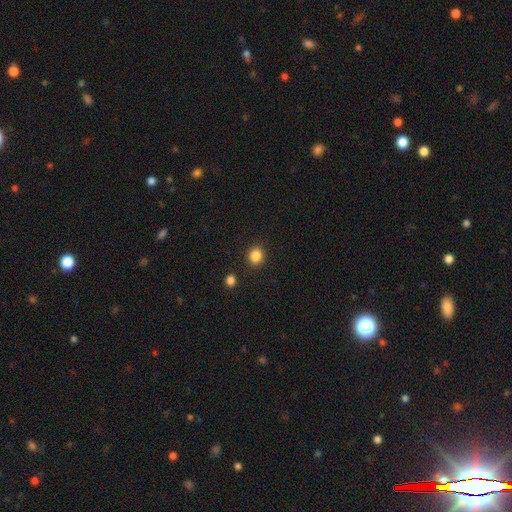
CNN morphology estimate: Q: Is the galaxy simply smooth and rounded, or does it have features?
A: smooth — 85%.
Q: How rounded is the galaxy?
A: round — 80%.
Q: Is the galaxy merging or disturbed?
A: none — 89%.